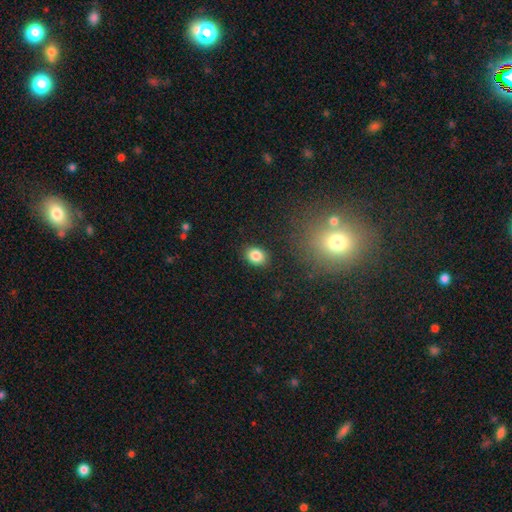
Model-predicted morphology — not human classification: This is clearly a smooth galaxy (85%). How rounded: possibly in between (58%). Merging: clearly none (88%).